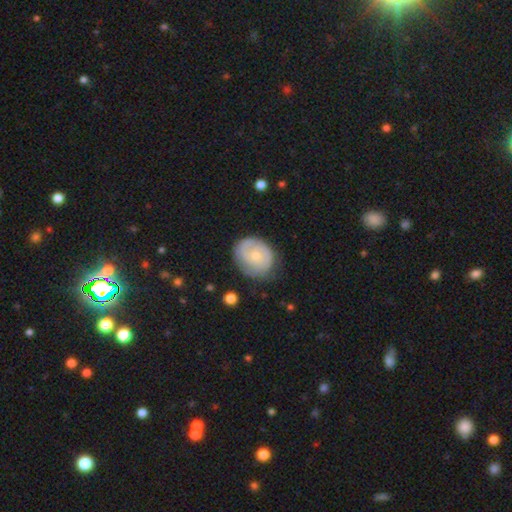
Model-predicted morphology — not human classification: Smooth or featured? Predicted: featured or disk (p=0.67). Edge-on disk? Predicted: no (p=0.97). Bar? Predicted: no (p=0.74). Spiral arms? Predicted: yes (p=0.85). Spiral winding? Predicted: tight (p=0.62). Spiral arm count? Predicted: 2 (p=0.48). Bulge size? Predicted: small (p=0.64). Merging? Predicted: none (p=0.73).